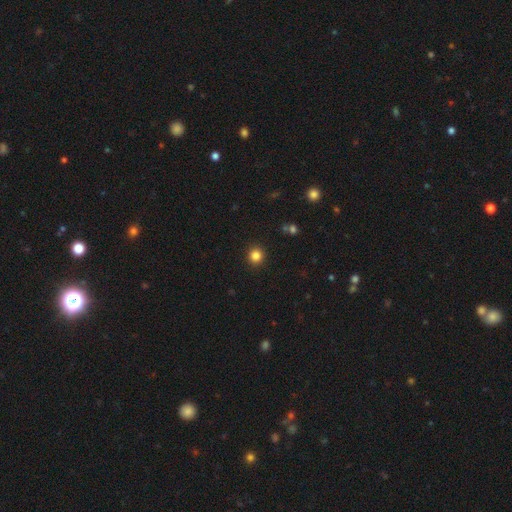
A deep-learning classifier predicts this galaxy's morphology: Smooth or featured: smooth — 84% (star or artifact — 12%)
How rounded: round — 94% (in between — 5%)
Merging: none — 92% (minor disturbance — 5%)